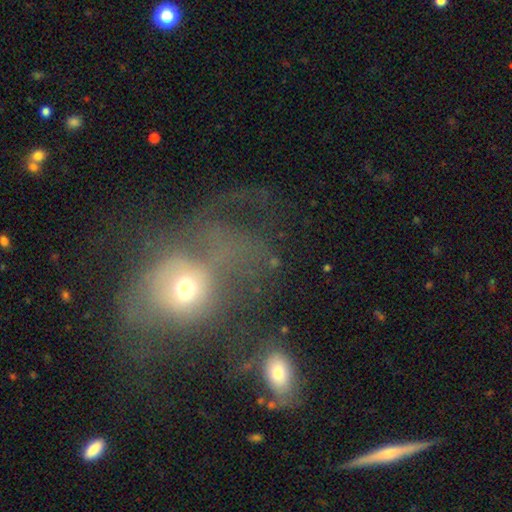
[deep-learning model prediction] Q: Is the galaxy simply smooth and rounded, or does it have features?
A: smooth — 47%.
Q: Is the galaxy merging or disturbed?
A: major disturbance — 48%.